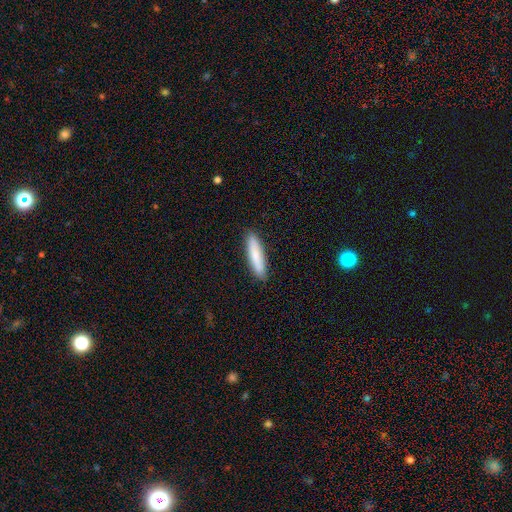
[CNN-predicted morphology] Q: Smooth or featured?
A: smooth (81%); runner-up: featured or disk (14%)
Q: How rounded?
A: cigar-shaped (79%); runner-up: in between (19%)
Q: Merging?
A: none (90%); runner-up: minor disturbance (8%)